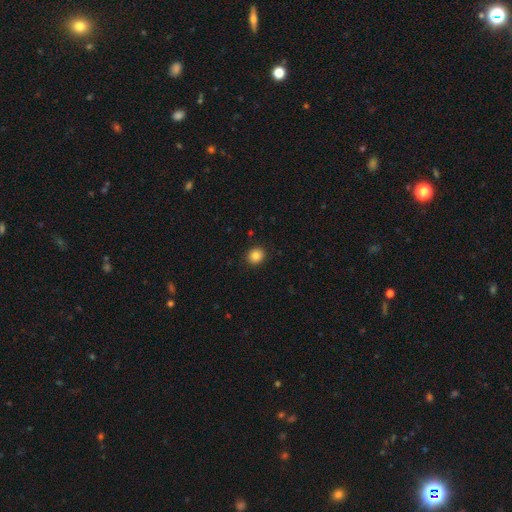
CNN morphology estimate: Q: Smooth or featured?
A: smooth (84%); runner-up: star or artifact (10%)
Q: How rounded?
A: round (83%); runner-up: in between (17%)
Q: Merging?
A: none (91%); runner-up: minor disturbance (6%)